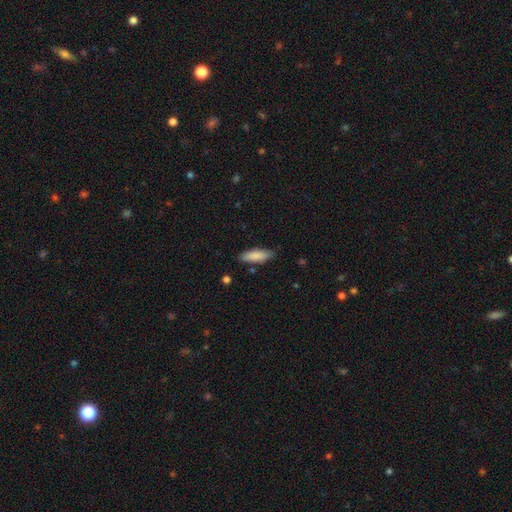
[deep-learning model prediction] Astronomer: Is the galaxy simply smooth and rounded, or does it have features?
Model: smooth — 86%.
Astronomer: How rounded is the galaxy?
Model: in between — 53% (runner-up: cigar-shaped, 46%).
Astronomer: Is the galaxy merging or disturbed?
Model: none — 83%.